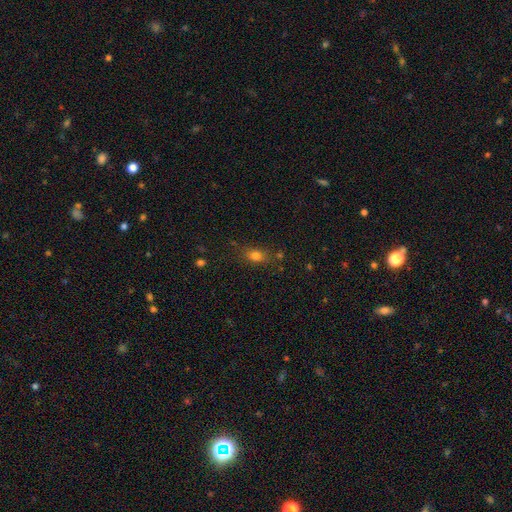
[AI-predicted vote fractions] This is likely a smooth galaxy (74%). How rounded: likely in between (66%). Merging: likely none (75%).